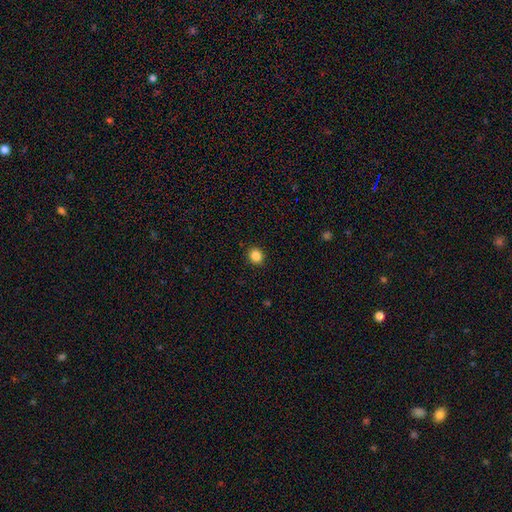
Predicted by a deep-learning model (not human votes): This is clearly a smooth galaxy (86%). How rounded: clearly round (80%). Merging: clearly none (92%).